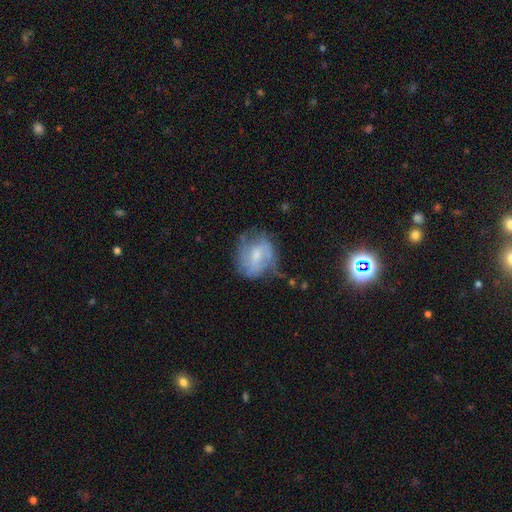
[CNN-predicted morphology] Q: Smooth or featured?
A: featured or disk (62%); runner-up: smooth (30%)
Q: Edge-on disk?
A: no (97%); runner-up: yes (3%)
Q: Bar?
A: weak (49%); runner-up: no (38%)
Q: Spiral arms?
A: yes (79%); runner-up: no (21%)
Q: Bulge size?
A: moderate (44%); runner-up: small (41%)
Q: Merging?
A: none (55%); runner-up: minor disturbance (28%)